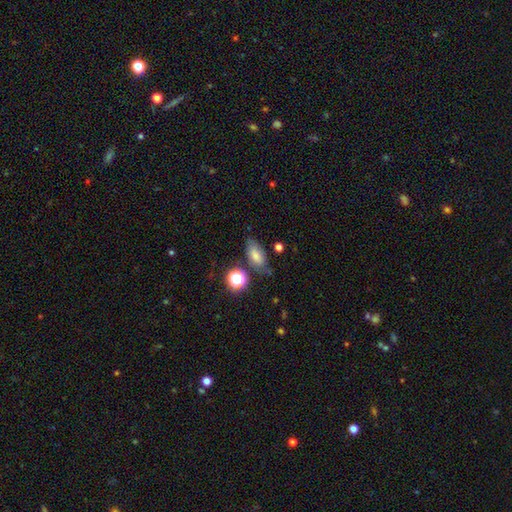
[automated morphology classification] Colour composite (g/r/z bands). It shows a smooth galaxy with no disk features (56%) that is in between round and cigar-shaped (78%). Merging: none (68%).